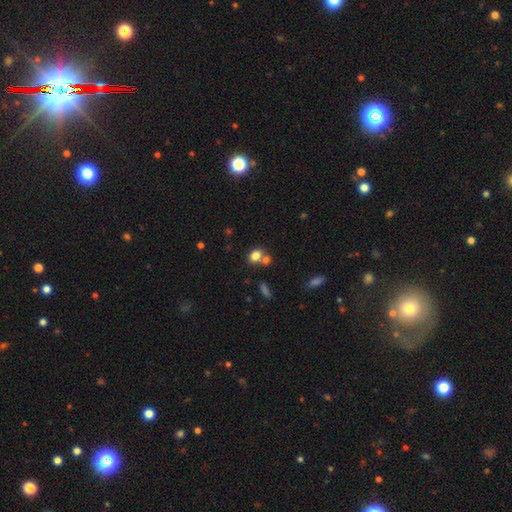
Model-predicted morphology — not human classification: smooth-or-featured: smooth: 79% | star or artifact: 11% | featured or disk: 9%
  how-rounded: in between: 53% | round: 46% | cigar-shaped: 1%
  merging: none: 52% | merger: 34% | minor disturbance: 10% | major disturbance: 4%